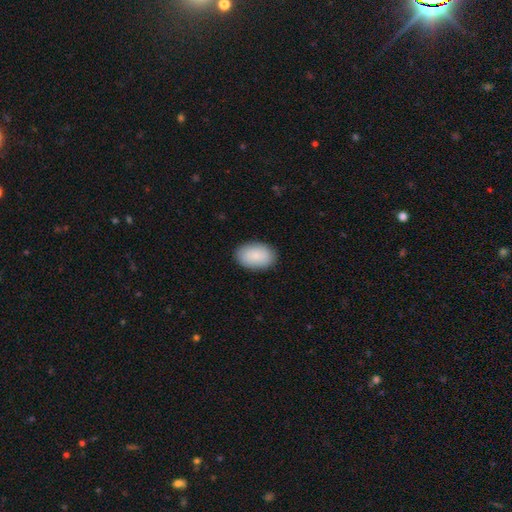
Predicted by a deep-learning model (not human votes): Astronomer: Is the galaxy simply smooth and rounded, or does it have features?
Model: smooth — 87%.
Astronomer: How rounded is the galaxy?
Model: in between — 92%.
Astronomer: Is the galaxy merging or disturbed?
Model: none — 88%.